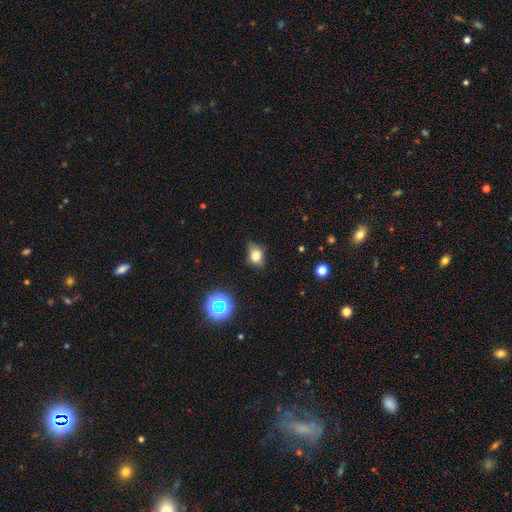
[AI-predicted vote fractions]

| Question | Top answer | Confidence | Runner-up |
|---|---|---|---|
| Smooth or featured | smooth | 74% | star or artifact (14%) |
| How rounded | in between | 65% | round (34%) |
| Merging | none | 65% | minor disturbance (27%) |